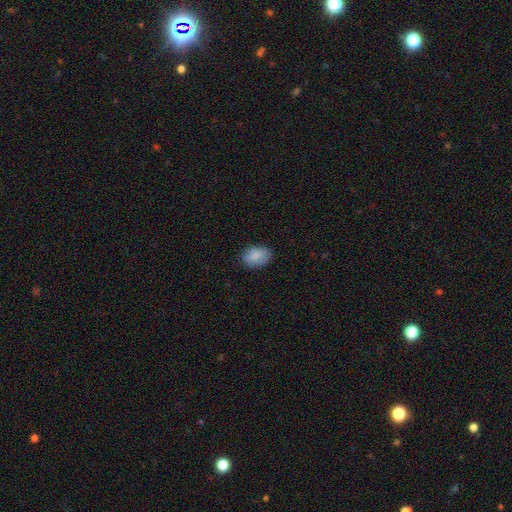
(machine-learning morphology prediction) smooth-or-featured: smooth: 83% | featured or disk: 9% | star or artifact: 7%
  how-rounded: in between: 81% | round: 17% | cigar-shaped: 1%
  merging: none: 78% | minor disturbance: 17% | major disturbance: 4% | merger: 1%